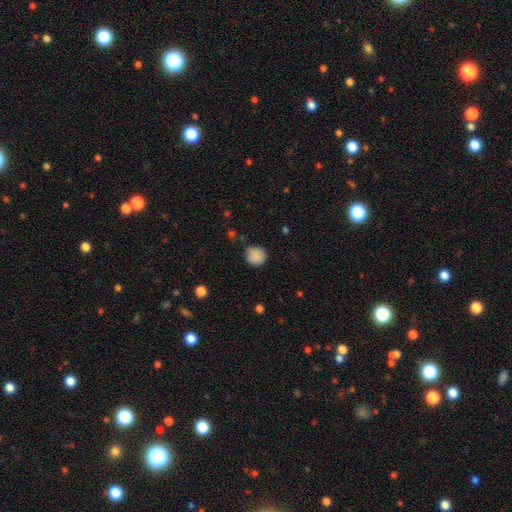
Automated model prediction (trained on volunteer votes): A smooth galaxy with no disk features (87%) that is round (90%). Merging: none (79%).